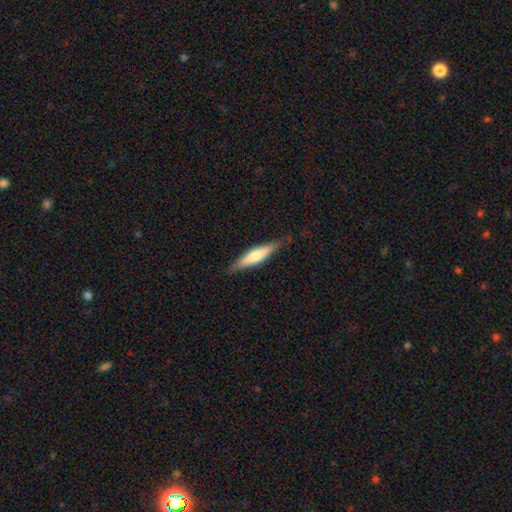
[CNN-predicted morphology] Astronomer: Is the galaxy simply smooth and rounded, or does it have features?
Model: smooth — 56% (runner-up: featured or disk, 39%).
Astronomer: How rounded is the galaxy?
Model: cigar-shaped — 81%.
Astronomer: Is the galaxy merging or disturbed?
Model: none — 84%.